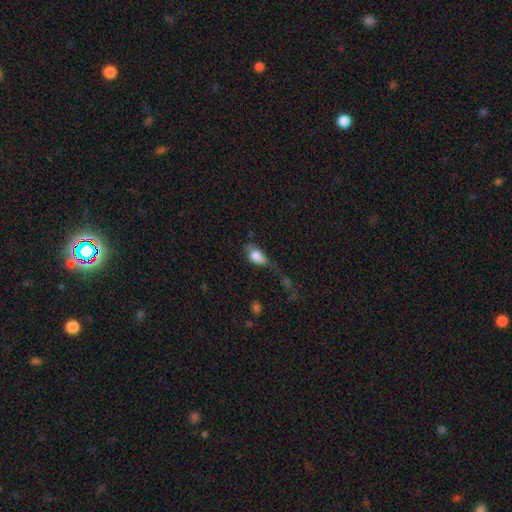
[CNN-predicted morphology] Smooth or featured? smooth (75%)
How rounded? in between (81%)
Merging? major disturbance (38%)